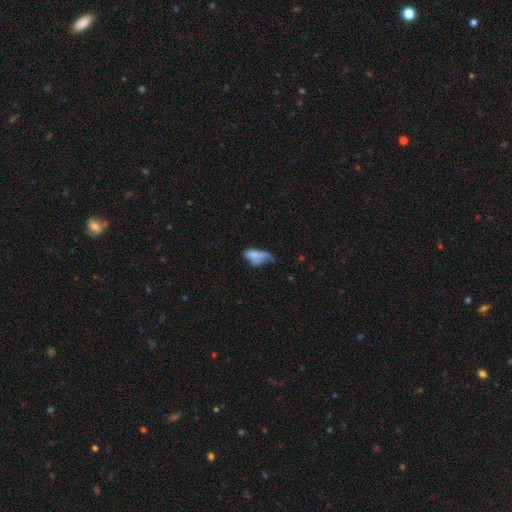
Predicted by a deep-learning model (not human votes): Morphology: type=smooth (59%); roundness=in between (80%); merging=major disturbance (36%).